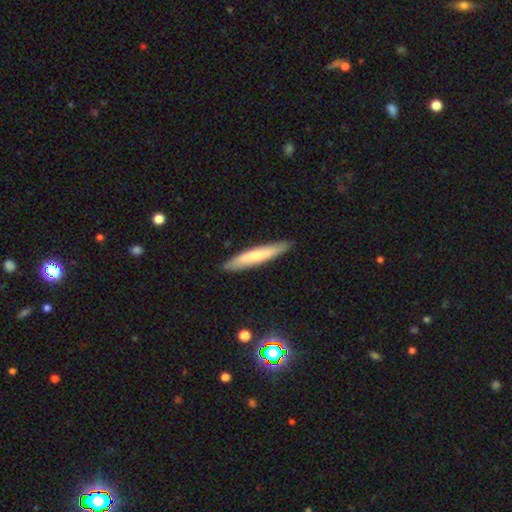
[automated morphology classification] Overall: smooth (61%; featured or disk 33%). How rounded: cigar-shaped (92%). Merging: none (89%).